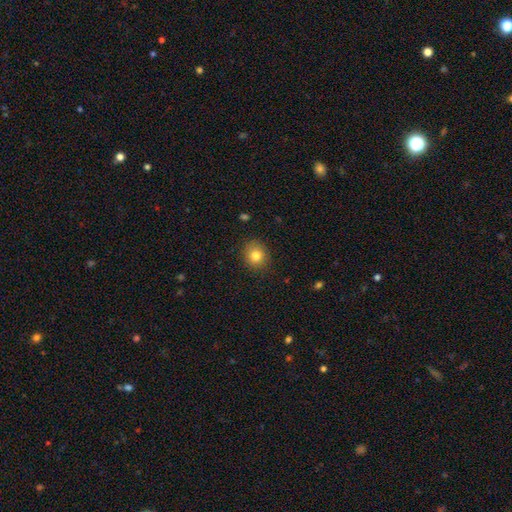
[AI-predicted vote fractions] Overall: smooth (81%). How rounded: round (76%). Merging: none (88%).